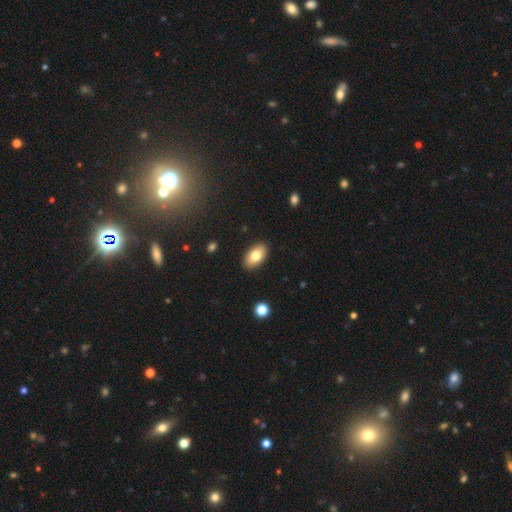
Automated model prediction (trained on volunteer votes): Smooth or featured: smooth — 77% (featured or disk — 16%)
How rounded: in between — 93% (round — 5%)
Merging: none — 89% (minor disturbance — 8%)